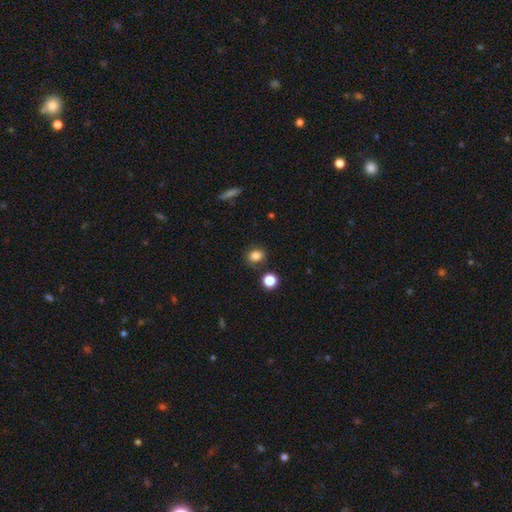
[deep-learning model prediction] Smooth or featured? smooth (83%)
How rounded? round (51%)
Merging? none (81%)